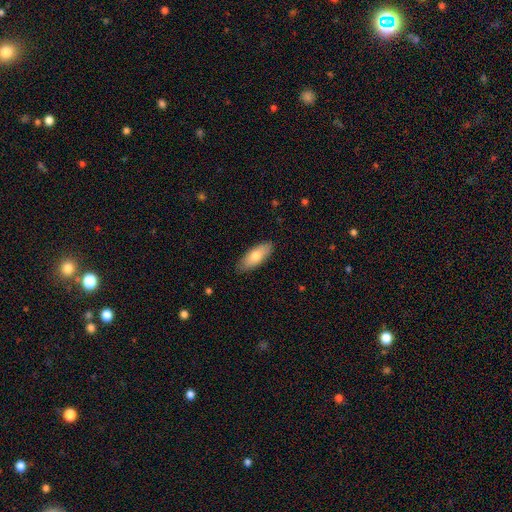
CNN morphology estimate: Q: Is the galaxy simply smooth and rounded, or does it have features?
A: smooth — 76%.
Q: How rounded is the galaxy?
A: in between — 79%.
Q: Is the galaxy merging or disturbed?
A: none — 85%.